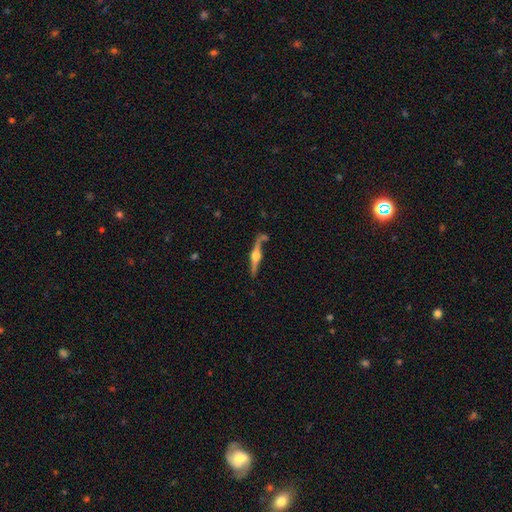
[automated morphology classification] A featured or disk galaxy (80%) viewed edge-on (97%) with a rounded central bulge (95%). Merging: none (72%).